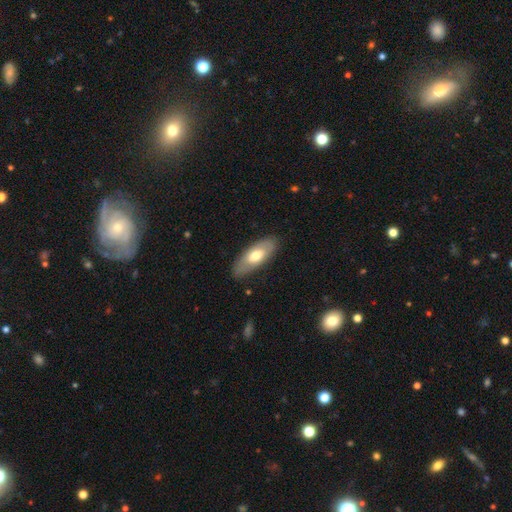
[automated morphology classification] Smooth or featured? smooth (63%)
How rounded? in between (80%)
Merging? none (83%)